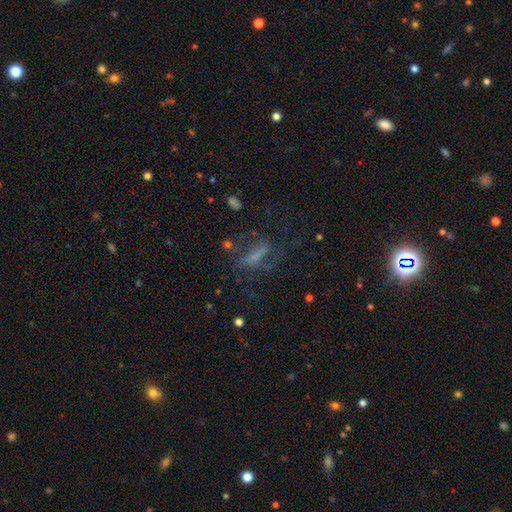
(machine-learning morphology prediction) This is marginally a featured or disk galaxy (43%). Merging: marginally none (44%).